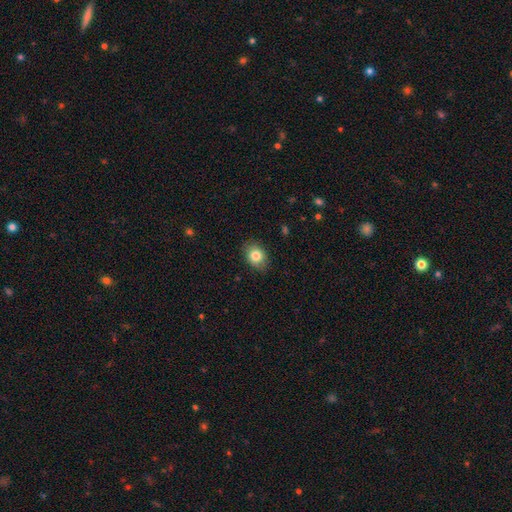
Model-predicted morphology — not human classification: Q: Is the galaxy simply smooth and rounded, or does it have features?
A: smooth — 82%.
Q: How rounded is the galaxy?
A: in between — 62%.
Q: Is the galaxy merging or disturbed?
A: none — 85%.